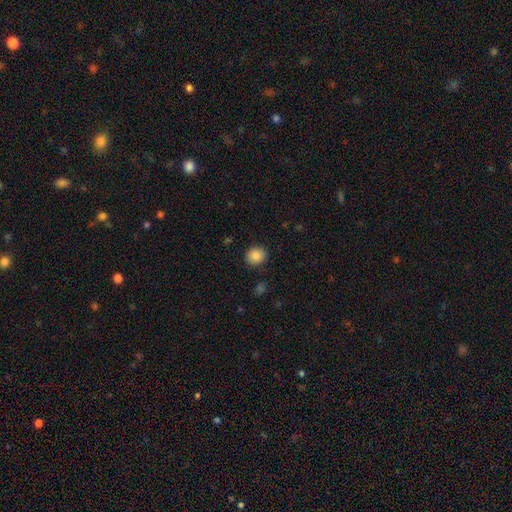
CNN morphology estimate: A smooth galaxy with no disk features (86%) that is round (71%). Merging: none (89%).